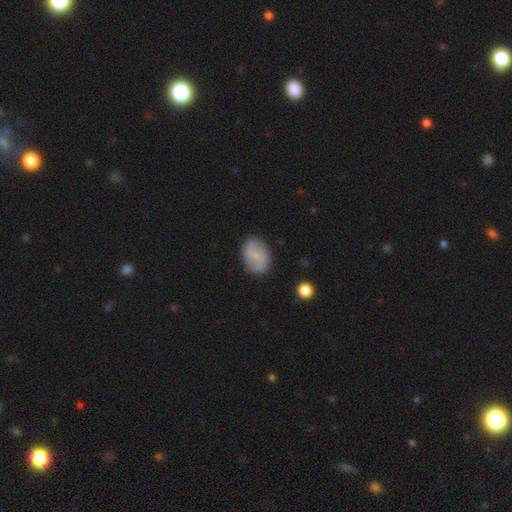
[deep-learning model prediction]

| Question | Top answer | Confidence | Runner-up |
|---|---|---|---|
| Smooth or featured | smooth | 56% | featured or disk (36%) |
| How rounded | in between | 74% | round (25%) |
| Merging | none | 82% | minor disturbance (13%) |